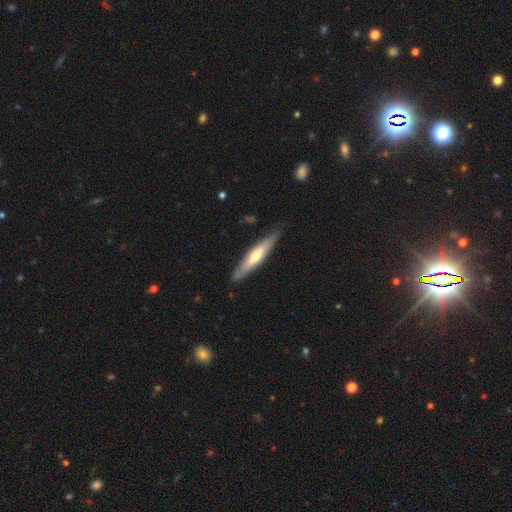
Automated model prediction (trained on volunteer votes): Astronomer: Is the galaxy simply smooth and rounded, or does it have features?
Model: smooth — 49% (runner-up: featured or disk, 46%).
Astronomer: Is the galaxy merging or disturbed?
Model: none — 83%.